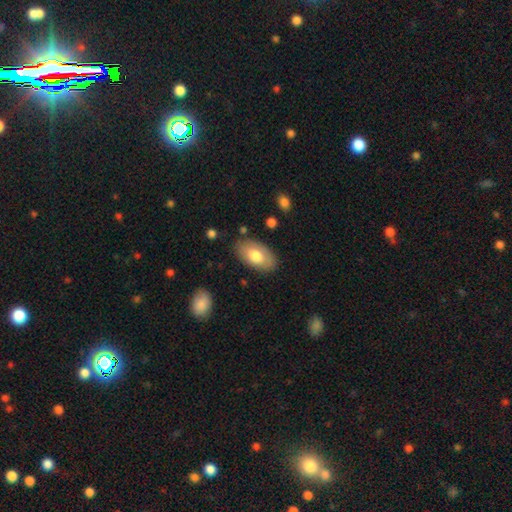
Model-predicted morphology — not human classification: smooth 73%, featured or disk 21%, star or artifact 6%. Down the decision tree: how rounded — in between (94%); merging — none (82%).